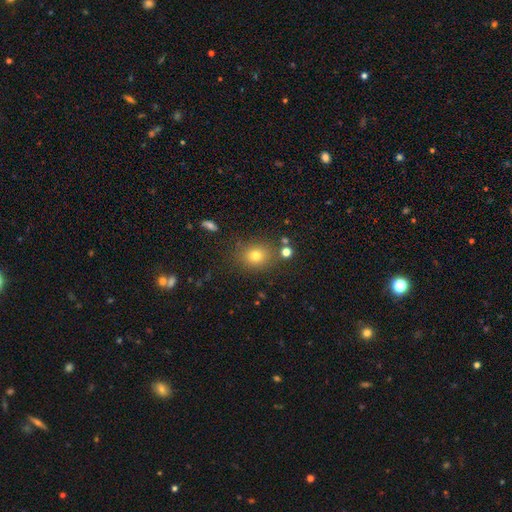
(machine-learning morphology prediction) Smooth or featured?
  - smooth: 75% *
  - star or artifact: 15%
  - featured or disk: 9%
How rounded?
  - round: 67% *
  - in between: 32%
  - cigar-shaped: 1%
Merging?
  - none: 80% *
  - minor disturbance: 11%
  - merger: 5%
  - major disturbance: 4%